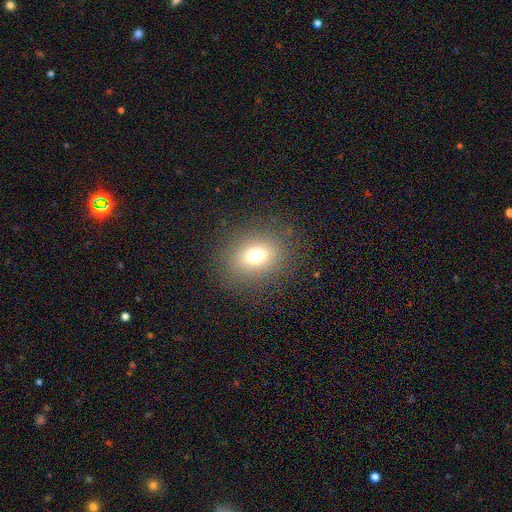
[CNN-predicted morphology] smooth-or-featured: smooth: 74% | star or artifact: 13% | featured or disk: 12%
  how-rounded: in between: 56% | round: 42% | cigar-shaped: 1%
  merging: none: 86% | minor disturbance: 9% | major disturbance: 4% | merger: 1%